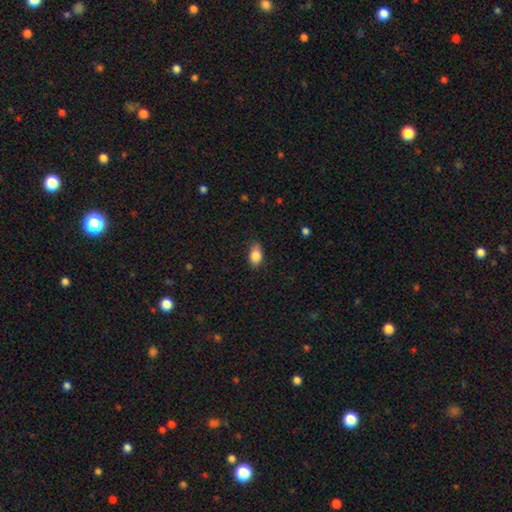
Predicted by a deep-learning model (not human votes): smooth-or-featured: smooth: 85% | star or artifact: 8% | featured or disk: 7%
  how-rounded: in between: 87% | round: 10% | cigar-shaped: 3%
  merging: none: 76% | minor disturbance: 19% | major disturbance: 3% | merger: 1%